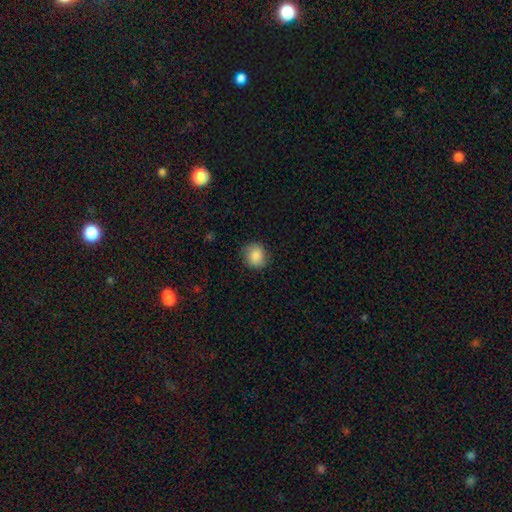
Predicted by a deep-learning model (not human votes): A smooth galaxy with no disk features (86%) that is round (80%).

Vote fractions:
- Smooth or featured? smooth: 86% / star or artifact: 8% / featured or disk: 6%
- How rounded? round: 80% / in between: 19% / cigar-shaped: 1%
- Merging? none: 82% / minor disturbance: 14% / major disturbance: 3% / merger: 1%